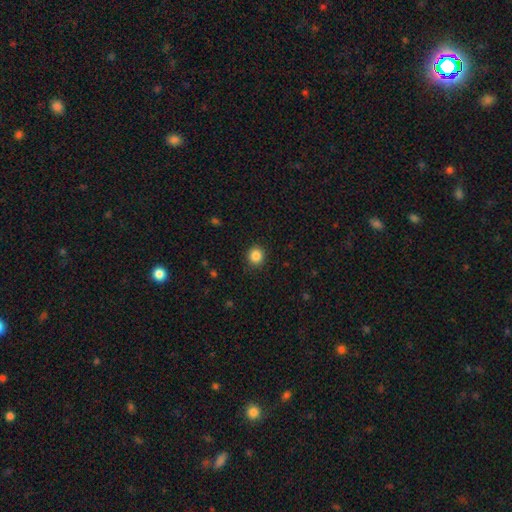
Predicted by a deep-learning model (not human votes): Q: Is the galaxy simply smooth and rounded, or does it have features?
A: smooth — 86%.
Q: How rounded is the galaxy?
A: round — 89%.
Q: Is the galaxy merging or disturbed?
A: none — 90%.